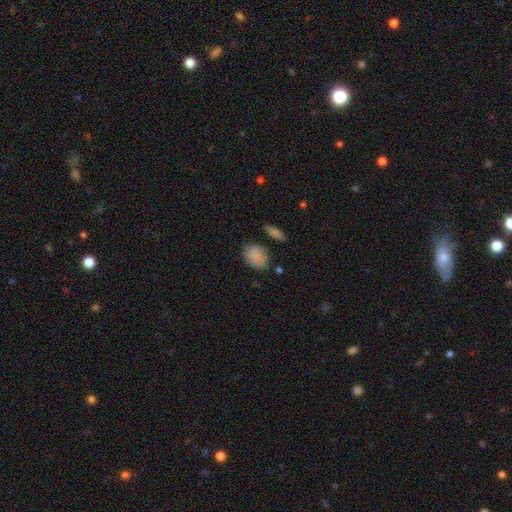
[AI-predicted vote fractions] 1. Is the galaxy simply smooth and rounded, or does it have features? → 85% smooth, 8% star or artifact, 7% featured or disk.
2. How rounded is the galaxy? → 71% in between, 27% round, 1% cigar-shaped.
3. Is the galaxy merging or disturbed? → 69% none, 21% minor disturbance, 5% major disturbance, 5% merger.